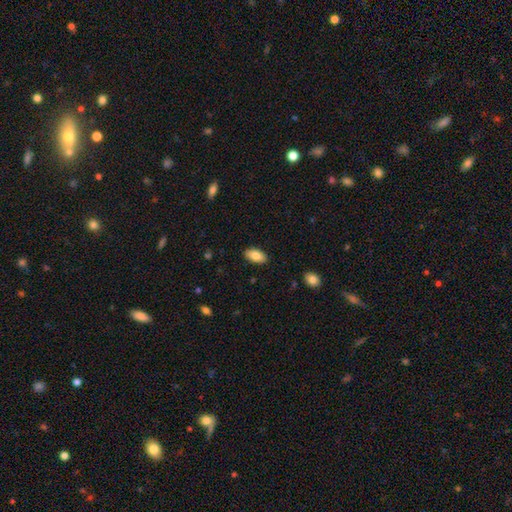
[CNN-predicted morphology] smooth_or_featured: smooth (p=0.86) [alt: featured or disk p=0.08]
how_rounded: in between (p=0.93) [alt: cigar-shaped p=0.04]
merging: none (p=0.88) [alt: minor disturbance p=0.09]